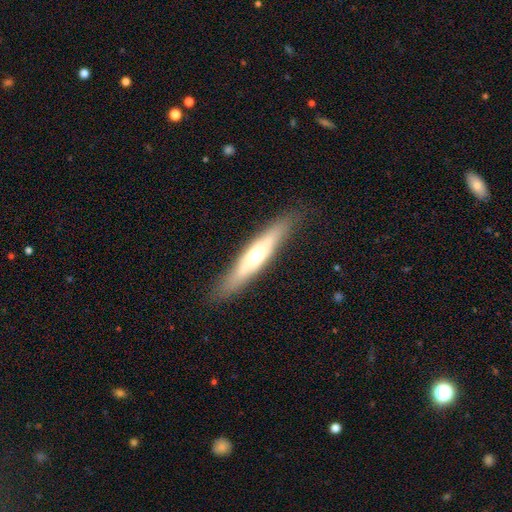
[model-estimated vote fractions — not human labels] Smooth or featured? Predicted: featured or disk (p=0.49). Merging? Predicted: none (p=0.86).